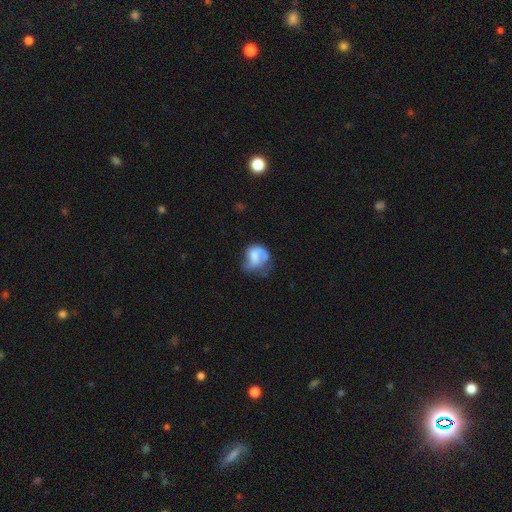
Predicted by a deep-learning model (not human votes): Overall: smooth (49%; featured or disk 42%). Merging: major disturbance (37%; none 29%).